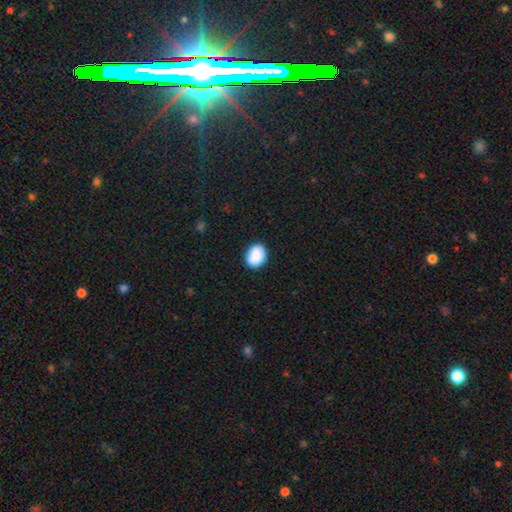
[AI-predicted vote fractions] Smooth or featured?
  - smooth: 87% *
  - star or artifact: 7%
  - featured or disk: 5%
How rounded?
  - in between: 52% *
  - round: 47%
  - cigar-shaped: 1%
Merging?
  - none: 83% *
  - minor disturbance: 13%
  - major disturbance: 3%
  - merger: 2%